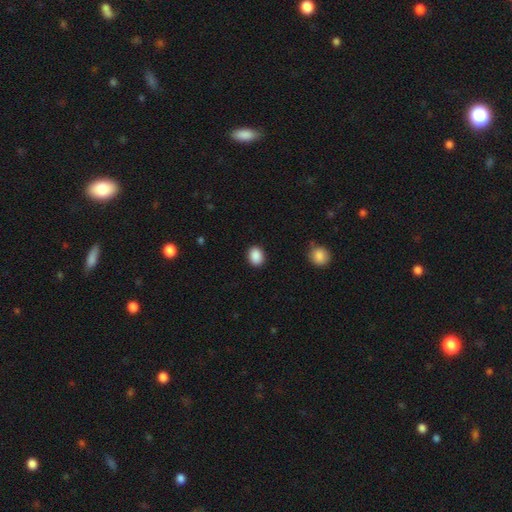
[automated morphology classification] Q: Smooth or featured?
A: smooth (89%); runner-up: star or artifact (8%)
Q: How rounded?
A: in between (59%); runner-up: round (40%)
Q: Merging?
A: none (89%); runner-up: minor disturbance (7%)